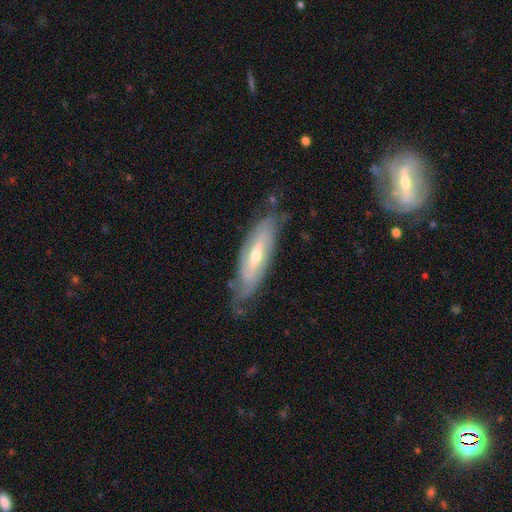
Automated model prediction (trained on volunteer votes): Smooth or featured? Predicted: featured or disk (p=0.75). Edge-on disk? Predicted: no (p=0.71). Bar? Predicted: weak (p=0.39). Spiral arms? Predicted: yes (p=0.83). Bulge size? Predicted: small (p=0.48, tied with moderate). Merging? Predicted: none (p=0.67).